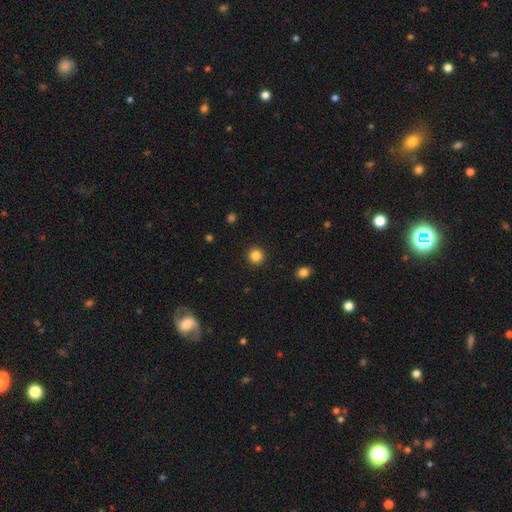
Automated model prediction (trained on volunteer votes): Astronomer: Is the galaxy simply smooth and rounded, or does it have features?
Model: smooth — 85%.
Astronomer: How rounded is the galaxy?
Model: round — 95%.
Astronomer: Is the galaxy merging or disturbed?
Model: none — 93%.